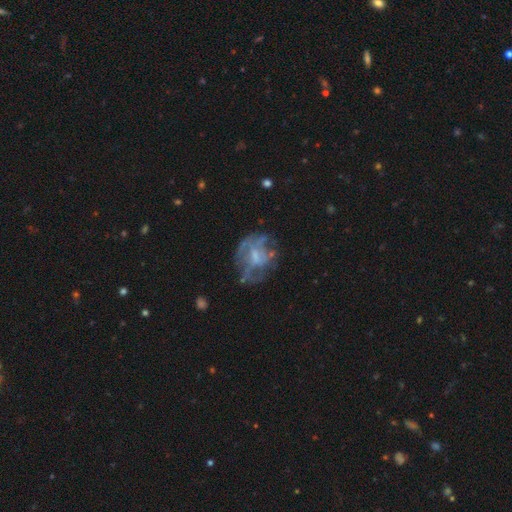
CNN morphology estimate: Smooth or featured: featured or disk — 66% (smooth — 22%)
Edge-on disk: no — 97% (yes — 3%)
Bar: no — 61% (weak — 32%)
Spiral arms: no — 63% (yes — 37%)
Bulge size: small — 37% (moderate — 32%)
Merging: none — 49% (major disturbance — 26%)